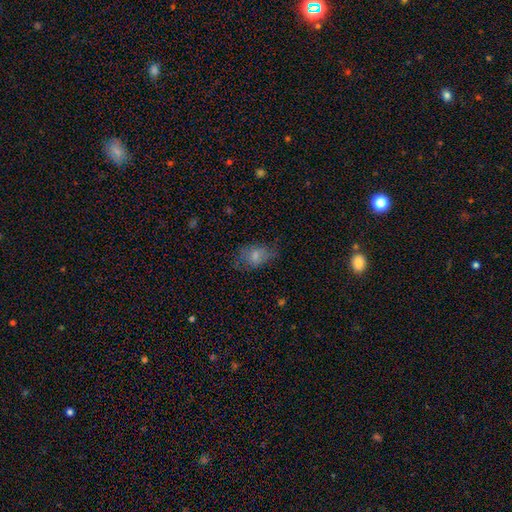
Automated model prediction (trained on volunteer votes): smooth_or_featured: smooth (p=0.70) [alt: featured or disk p=0.20]
how_rounded: in between (p=0.83) [alt: round p=0.15]
merging: none (p=0.56) [alt: minor disturbance p=0.27]